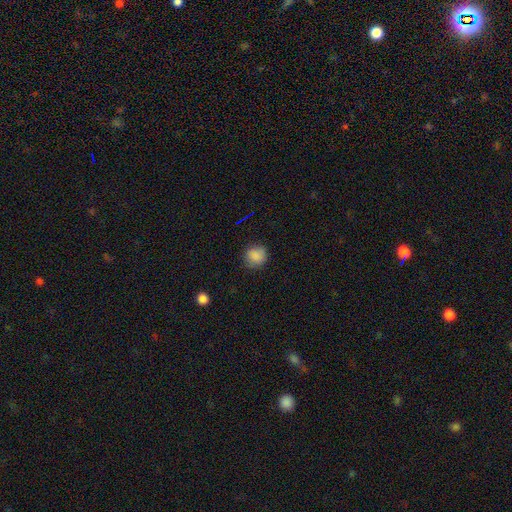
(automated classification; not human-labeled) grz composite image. It shows a smooth galaxy with no disk features (85%) that is round (85%). Merging: none (80%).